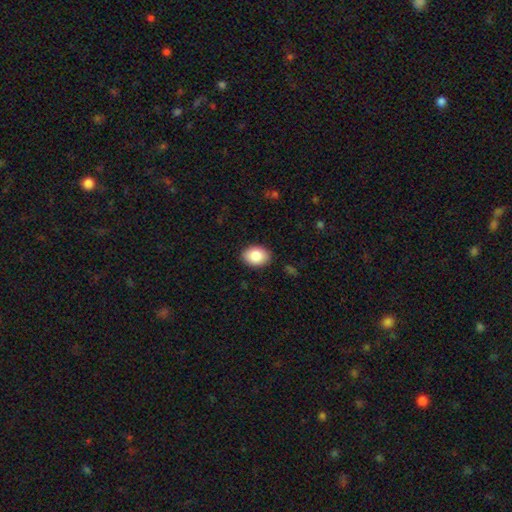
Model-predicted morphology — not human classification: type=smooth (87%); roundness=in between (78%); merging=none (89%).